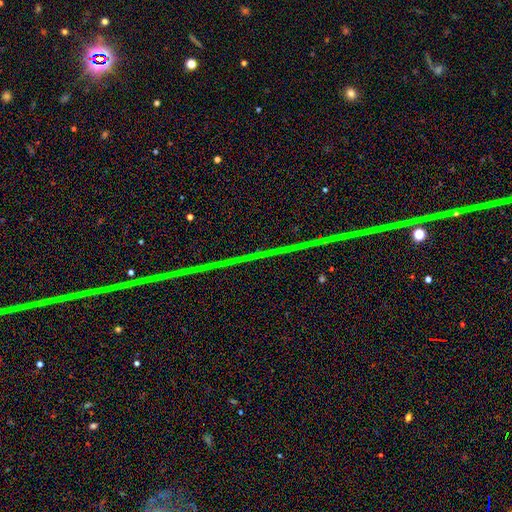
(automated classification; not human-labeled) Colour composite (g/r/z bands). It shows a star or artifact, not a galaxy (89%).